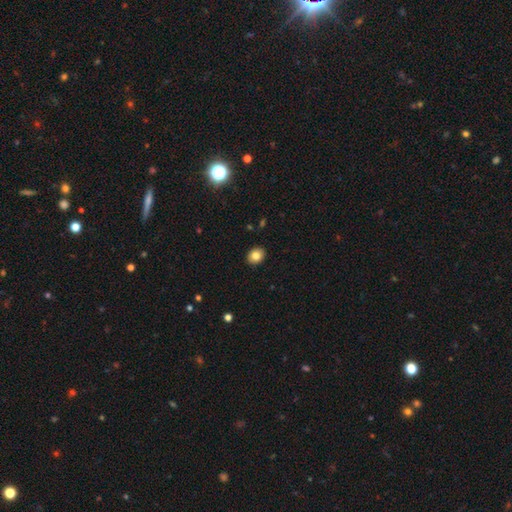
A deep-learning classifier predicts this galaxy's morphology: Overall: smooth (83%). How rounded: round (51%; in between 48%). Merging: none (91%).